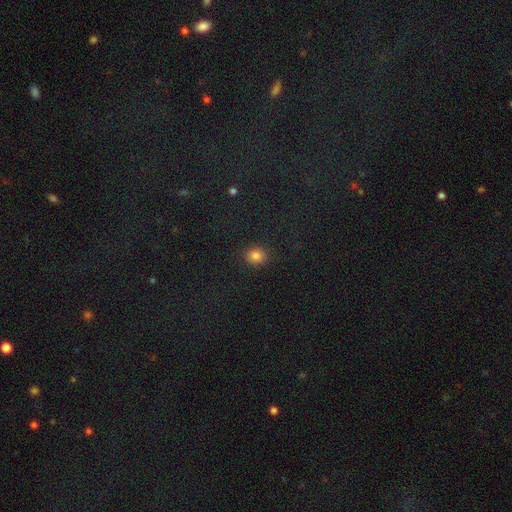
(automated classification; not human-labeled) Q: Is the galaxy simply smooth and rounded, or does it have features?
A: smooth — 83%.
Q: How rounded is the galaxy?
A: round — 71%.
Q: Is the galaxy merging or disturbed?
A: none — 88%.